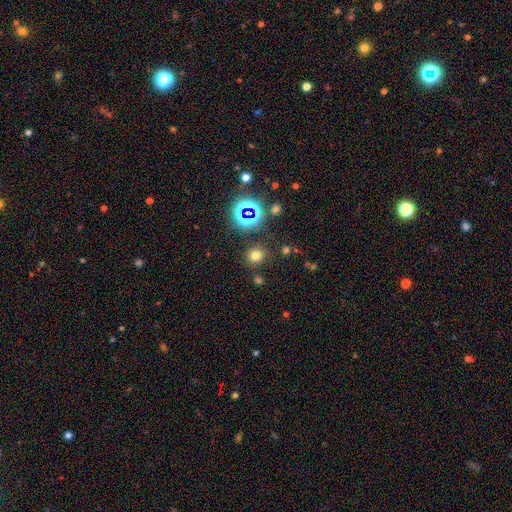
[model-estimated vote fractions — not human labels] This is likely a smooth galaxy (68%). How rounded: clearly round (83%). Merging: clearly none (85%).